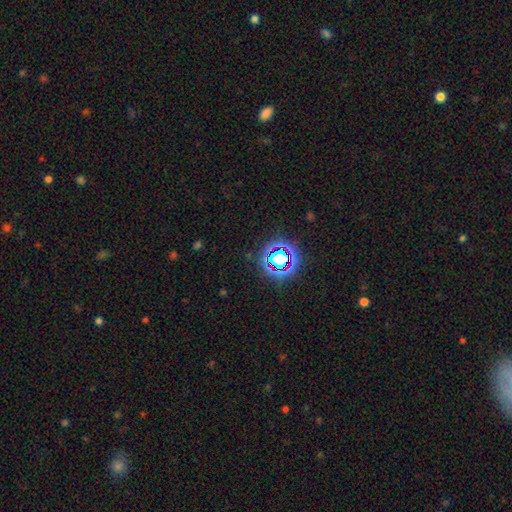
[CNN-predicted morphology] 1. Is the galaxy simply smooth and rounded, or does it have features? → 77% star or artifact, 15% smooth, 8% featured or disk.